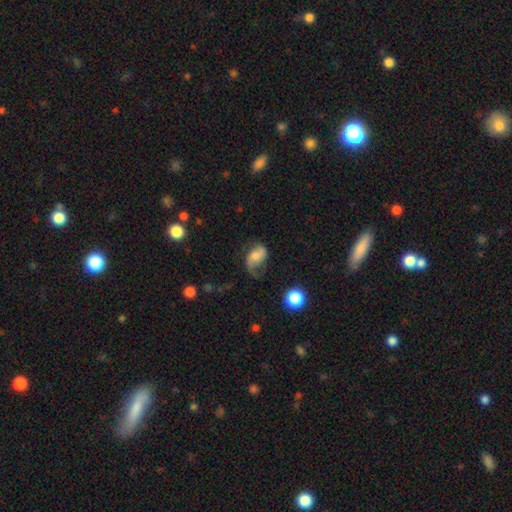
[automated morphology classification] This is possibly a featured or disk galaxy (55%). It is clearly not viewed edge-on (96%). Bar: possibly no (59%). Spiral arm pattern: clearly yes (85%). Central bulge: possibly moderate (53%). Merging: marginally none (42%).